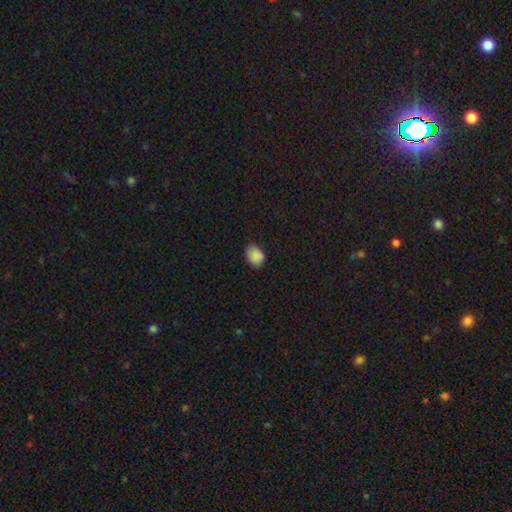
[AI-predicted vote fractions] This appears to be a smooth galaxy with no disk features (87%) that is in between round and cigar-shaped (73%). Merging: none (78%).